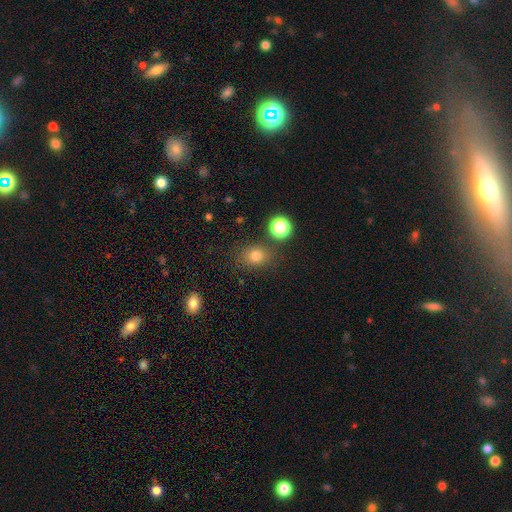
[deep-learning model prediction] Overall: smooth (76%). How rounded: round (61%; in between 38%). Merging: none (79%).